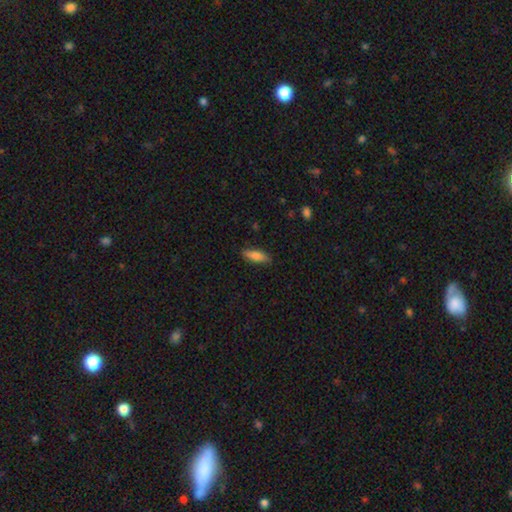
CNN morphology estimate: smooth_or_featured: smooth (p=0.79) [alt: featured or disk p=0.15]
how_rounded: in between (p=0.61) [alt: cigar-shaped p=0.37]
merging: none (p=0.84) [alt: minor disturbance p=0.13]